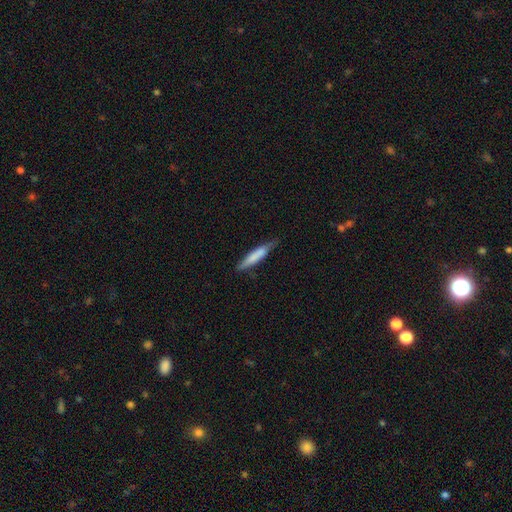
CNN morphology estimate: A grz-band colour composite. It shows a smooth galaxy with no disk features (72%) that is cigar-shaped (88%). Merging: none (75%).